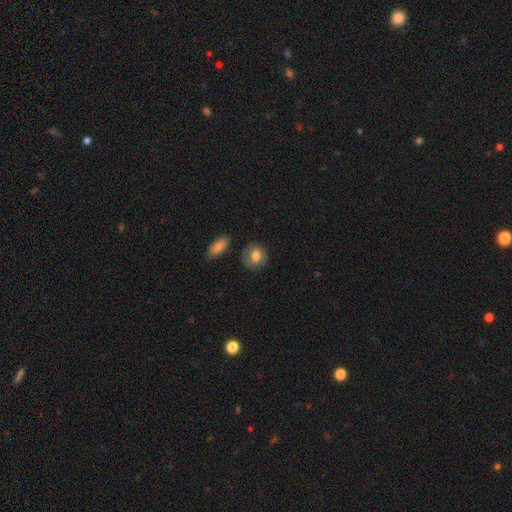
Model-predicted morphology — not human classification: A smooth galaxy with no disk features (77%) that is round (74%). Merging: none (80%).